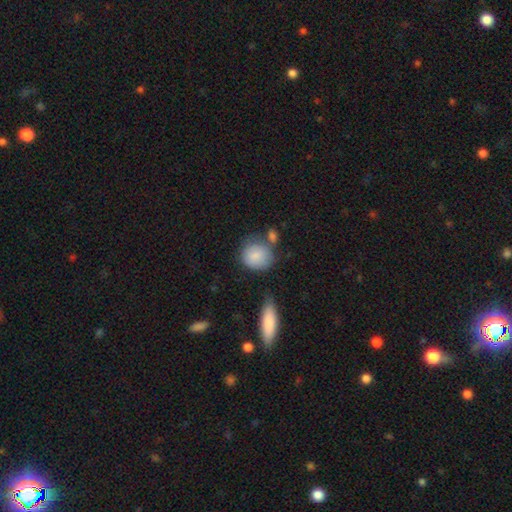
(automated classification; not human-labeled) A smooth galaxy with no disk features (85%) that is round (76%). Merging: none (56%).